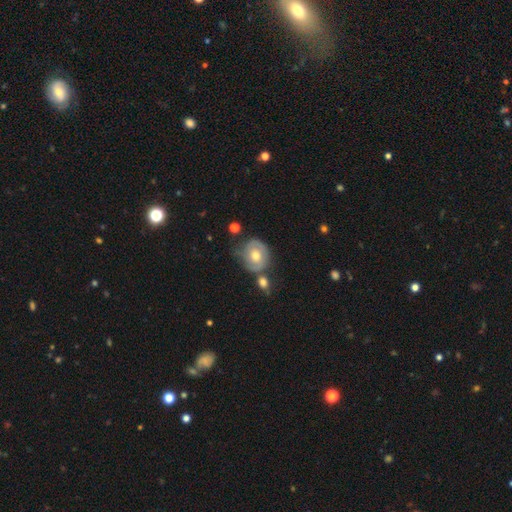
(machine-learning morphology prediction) The model was most divided on "smooth or featured": featured or disk: 60%, smooth: 33%, star or artifact: 7%. More confident: edge-on disk — no (97%); bar — no (78%); spiral arms — yes (76%); bulge size — moderate (76%); merging — none (53%).